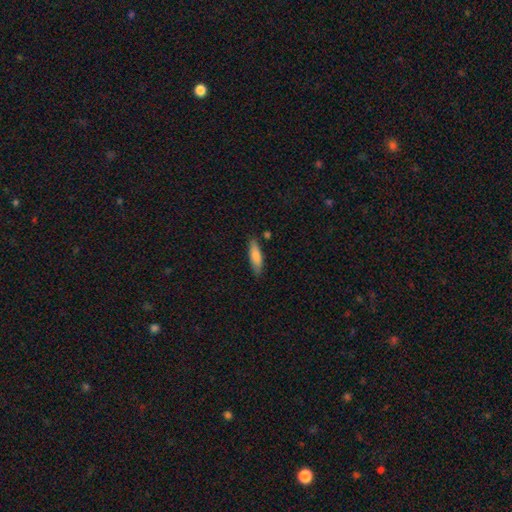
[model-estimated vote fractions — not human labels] smooth-or-featured: smooth: 80% | featured or disk: 14% | star or artifact: 6%
  how-rounded: cigar-shaped: 61% | in between: 38% | round: 2%
  merging: none: 80% | minor disturbance: 14% | merger: 3% | major disturbance: 3%